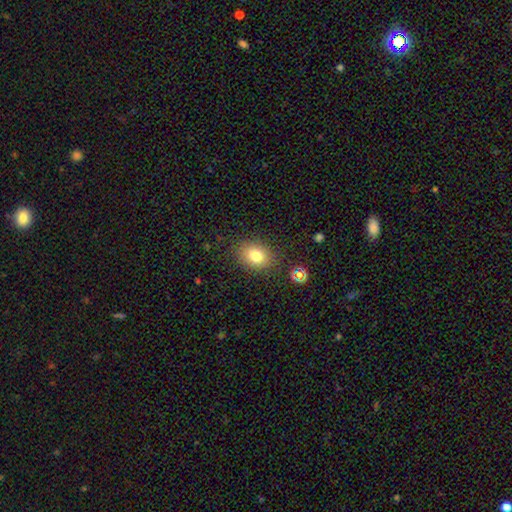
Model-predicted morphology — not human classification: A smooth galaxy with no disk features (78%) that is in between round and cigar-shaped (58%). Merging: none (84%).